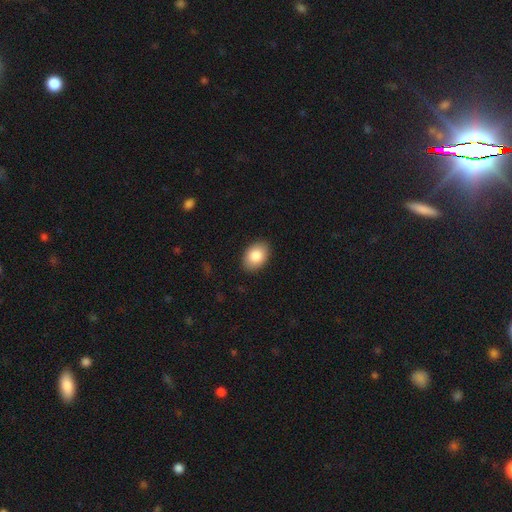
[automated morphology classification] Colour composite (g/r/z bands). It shows a smooth galaxy with no disk features (86%) that is in between round and cigar-shaped (80%). Merging: none (89%).